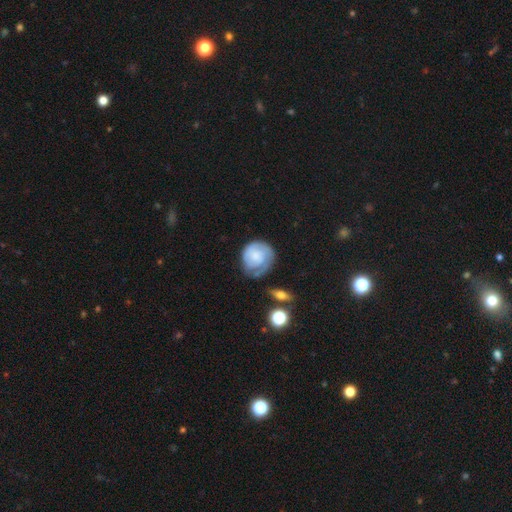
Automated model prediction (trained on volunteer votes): Smooth or featured? featured or disk (54%)
Edge-on disk? no (98%)
Bar? no (76%)
Spiral arms? yes (84%)
Bulge size? small (36%)
Merging? none (54%)